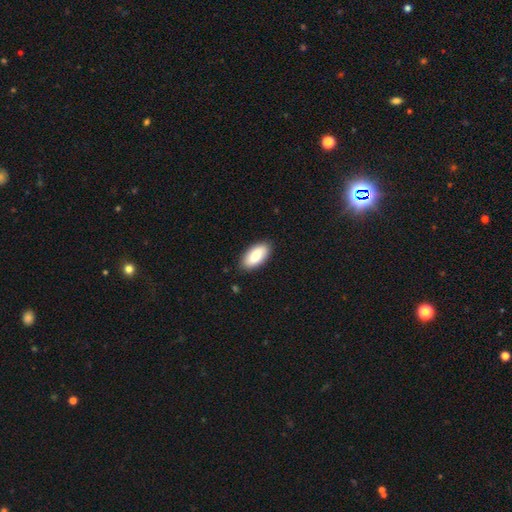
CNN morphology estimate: type=smooth (82%); roundness=in between (92%); merging=none (87%).